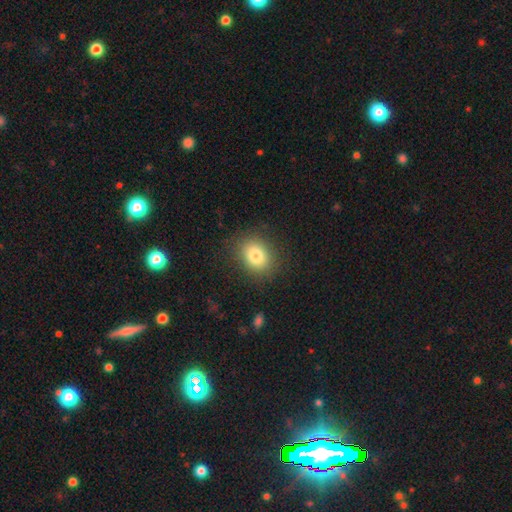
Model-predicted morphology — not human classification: Q: Smooth or featured?
A: smooth (81%); runner-up: star or artifact (10%)
Q: How rounded?
A: in between (51%); runner-up: round (48%)
Q: Merging?
A: none (85%); runner-up: minor disturbance (10%)